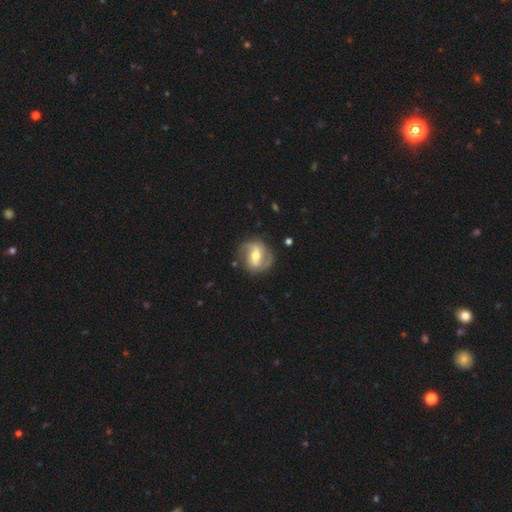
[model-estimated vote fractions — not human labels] Q: Smooth or featured?
A: featured or disk (78%); runner-up: smooth (16%)
Q: Edge-on disk?
A: no (96%); runner-up: yes (4%)
Q: Bar?
A: strong (41%); runner-up: weak (40%)
Q: Spiral arms?
A: yes (88%); runner-up: no (12%)
Q: Spiral winding?
A: medium (46%); runner-up: tight (27%)
Q: Spiral arm count?
A: 2 (85%); runner-up: can't tell (7%)
Q: Bulge size?
A: moderate (70%); runner-up: small (21%)
Q: Merging?
A: none (77%); runner-up: minor disturbance (15%)